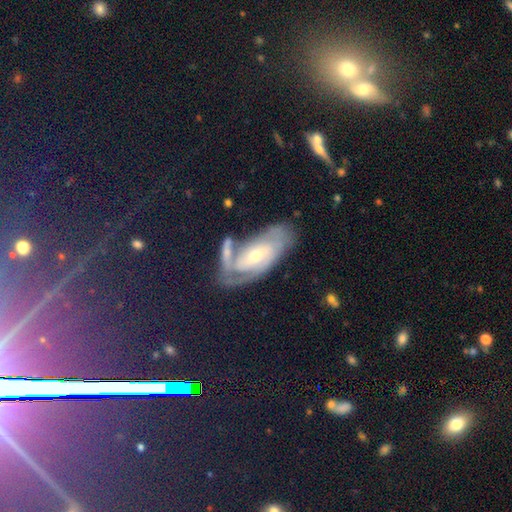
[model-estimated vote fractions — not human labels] Overall: featured or disk (72%). Edge-on disk: no (91%). Bar: no (54%; weak 34%). Spiral arms: yes (86%). Spiral arm count: 2 (43%; can't tell 37%). Spiral winding: tight (60%; medium 30%). Bulge size: small (52%; moderate 43%). Merging: none (49%; minor disturbance 21%).